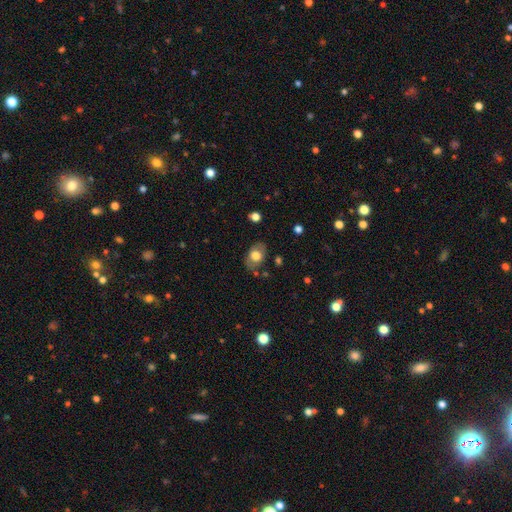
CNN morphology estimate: This is likely a smooth galaxy (67%). How rounded: likely in between (78%). Merging: likely none (76%).